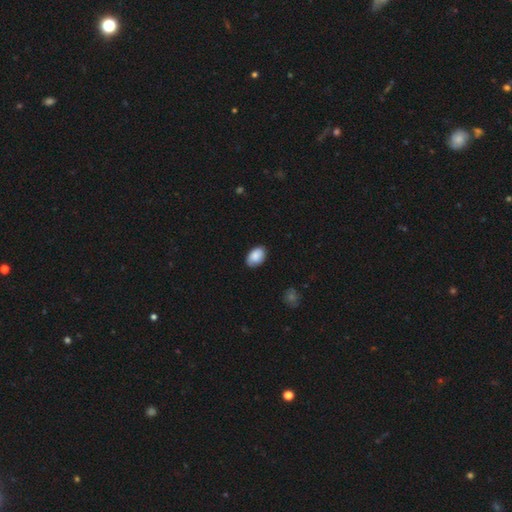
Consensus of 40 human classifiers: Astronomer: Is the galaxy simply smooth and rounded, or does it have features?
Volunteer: smooth — 85%.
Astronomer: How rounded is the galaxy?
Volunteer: in between — 91%.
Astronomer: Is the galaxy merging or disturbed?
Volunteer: none — 95%.